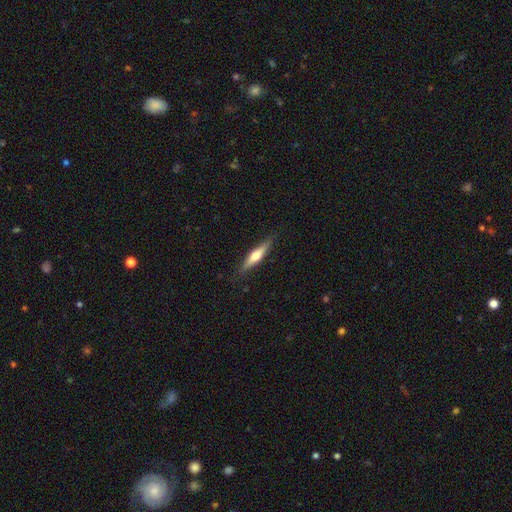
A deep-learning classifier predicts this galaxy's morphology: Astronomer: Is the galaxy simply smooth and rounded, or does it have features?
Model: featured or disk — 56% (runner-up: smooth, 39%).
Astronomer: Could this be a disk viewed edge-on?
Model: yes — 95%.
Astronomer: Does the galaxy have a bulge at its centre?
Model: rounded — 92%.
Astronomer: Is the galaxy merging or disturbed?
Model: none — 87%.